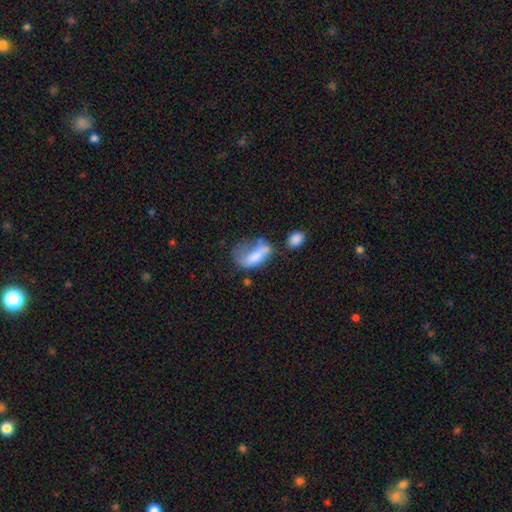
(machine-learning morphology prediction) A smooth galaxy with no disk features (64%) that is in between round and cigar-shaped (82%). Merging: major disturbance (38%).